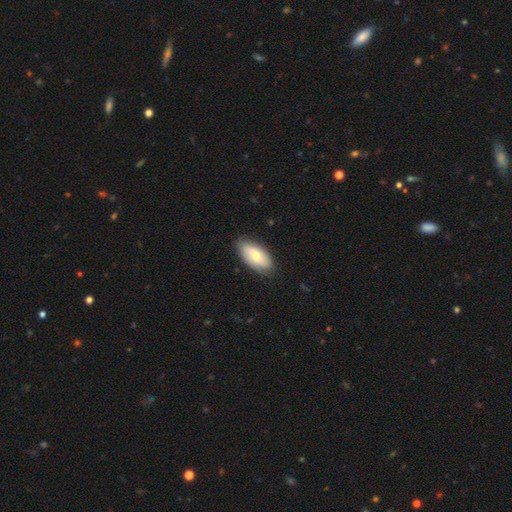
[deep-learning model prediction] The model was most divided on "smooth or featured": smooth: 66%, featured or disk: 29%, star or artifact: 6%. More confident: how rounded — in between (92%); merging — none (83%).